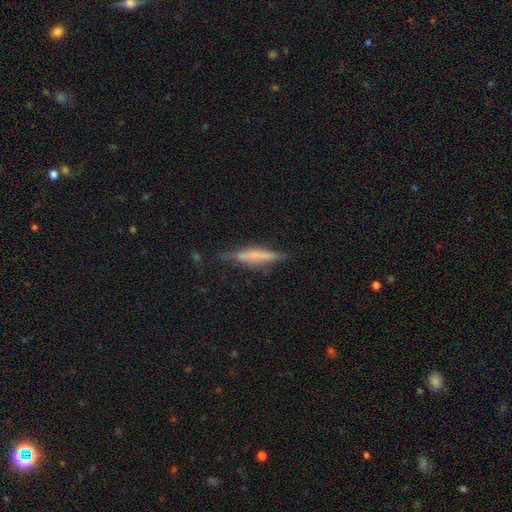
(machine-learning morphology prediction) A featured or disk galaxy (48%).

Vote fractions:
- Smooth or featured? featured or disk: 48% / smooth: 44% / star or artifact: 8%
- Merging? none: 70% / minor disturbance: 21% / major disturbance: 7% / merger: 3%